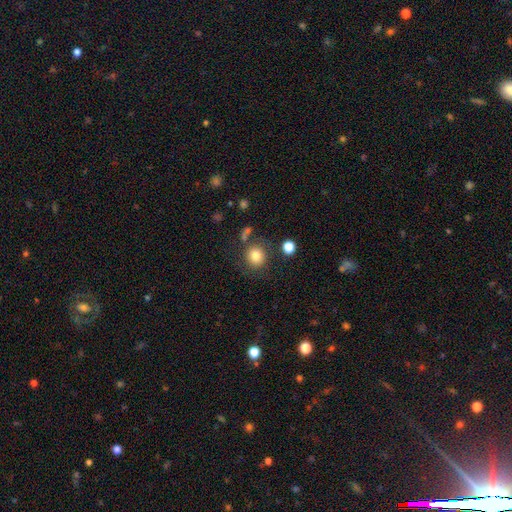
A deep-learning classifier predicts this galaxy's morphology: smooth 80%, star or artifact 11%, featured or disk 9%. Down the decision tree: how rounded — round (88%); merging — none (76%).